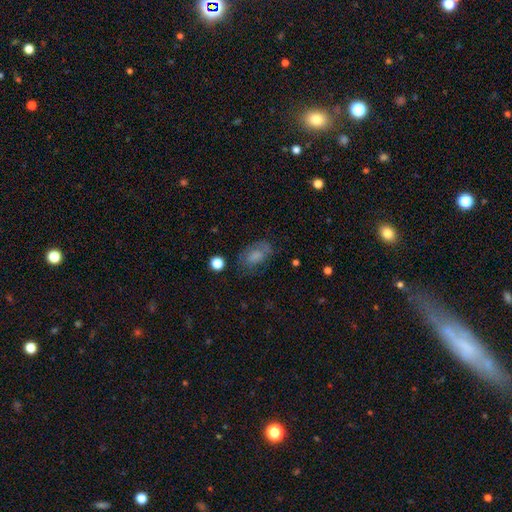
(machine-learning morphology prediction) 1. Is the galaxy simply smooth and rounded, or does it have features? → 65% smooth, 23% featured or disk, 12% star or artifact.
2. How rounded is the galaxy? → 87% in between, 11% round, 2% cigar-shaped.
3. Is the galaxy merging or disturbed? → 60% none, 24% minor disturbance, 14% major disturbance, 3% merger.